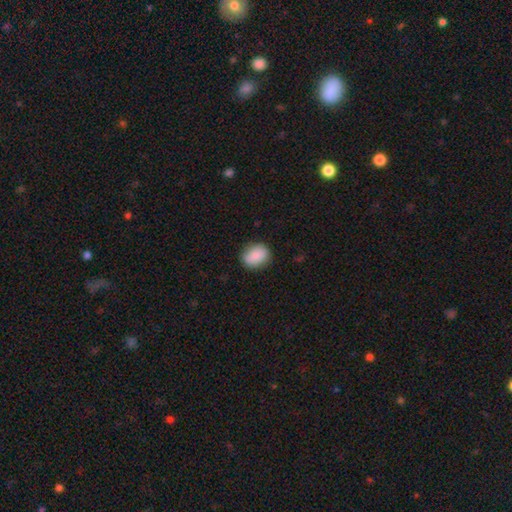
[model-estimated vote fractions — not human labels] Q: Smooth or featured?
A: smooth (86%); runner-up: featured or disk (7%)
Q: How rounded?
A: in between (53%); runner-up: round (46%)
Q: Merging?
A: none (83%); runner-up: minor disturbance (13%)